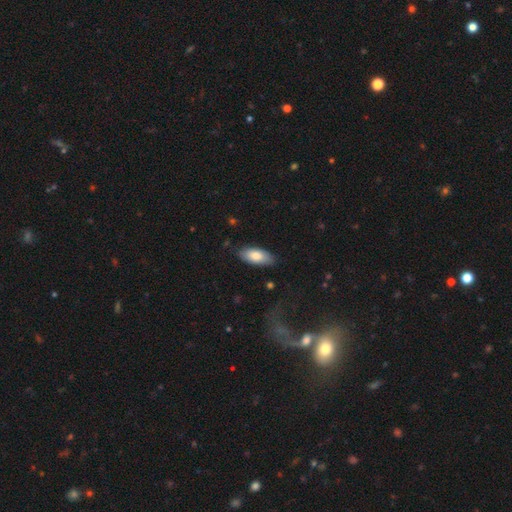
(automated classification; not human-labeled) smooth 79%, featured or disk 15%, star or artifact 6%. Down the decision tree: how rounded — in between (87%); merging — none (84%).